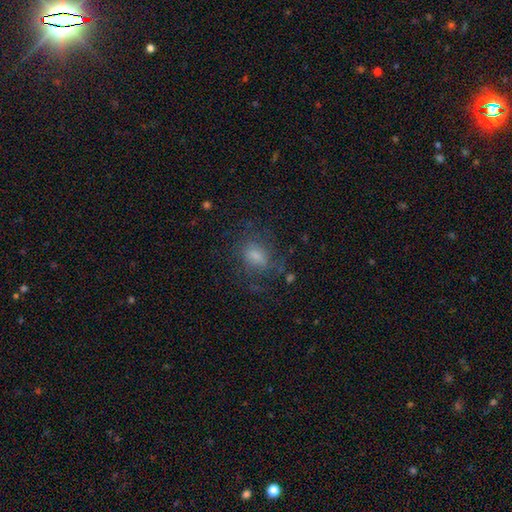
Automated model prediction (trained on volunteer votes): A smooth galaxy with no disk features (58%) that is in between round and cigar-shaped (64%).

Vote fractions:
- Smooth or featured? smooth: 58% / featured or disk: 28% / star or artifact: 14%
- How rounded? in between: 64% / round: 34% / cigar-shaped: 2%
- Merging? none: 58% / major disturbance: 20% / minor disturbance: 20% / merger: 2%